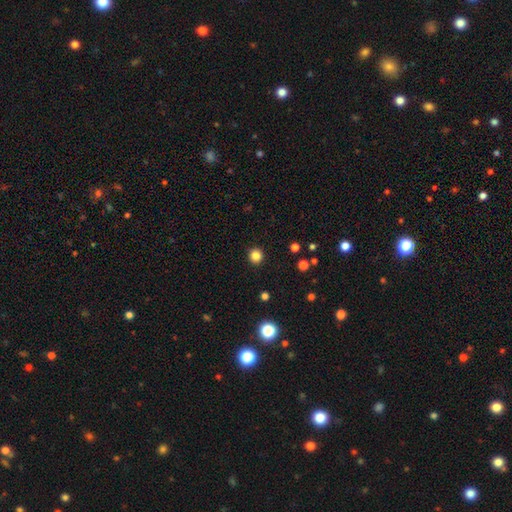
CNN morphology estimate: Q: Smooth or featured?
A: smooth (84%); runner-up: star or artifact (12%)
Q: How rounded?
A: round (93%); runner-up: in between (6%)
Q: Merging?
A: none (92%); runner-up: minor disturbance (5%)